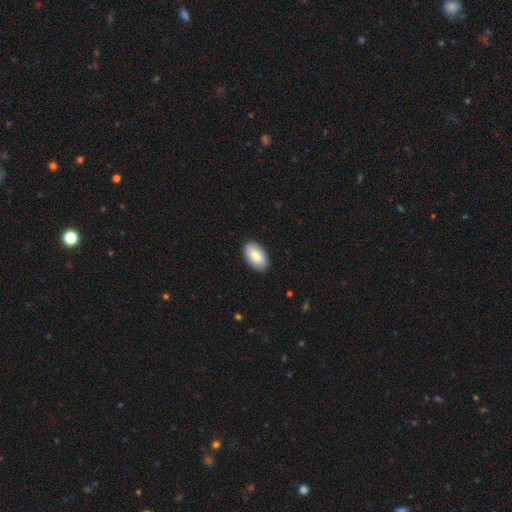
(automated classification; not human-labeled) Smooth or featured: smooth — 81% (featured or disk — 13%)
How rounded: in between — 94% (round — 4%)
Merging: none — 88% (minor disturbance — 9%)